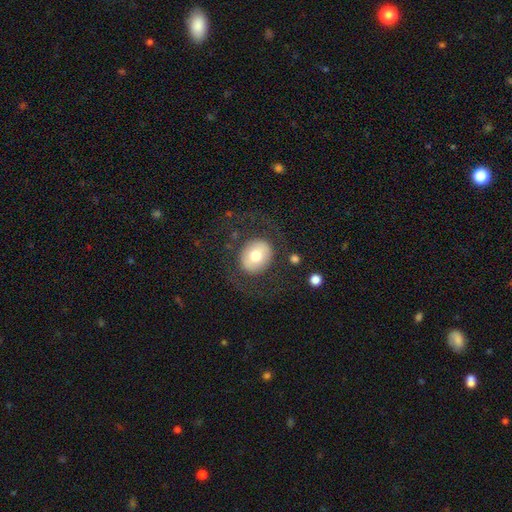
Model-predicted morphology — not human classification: Smooth or featured? smooth (65%)
How rounded? round (71%)
Merging? none (77%)